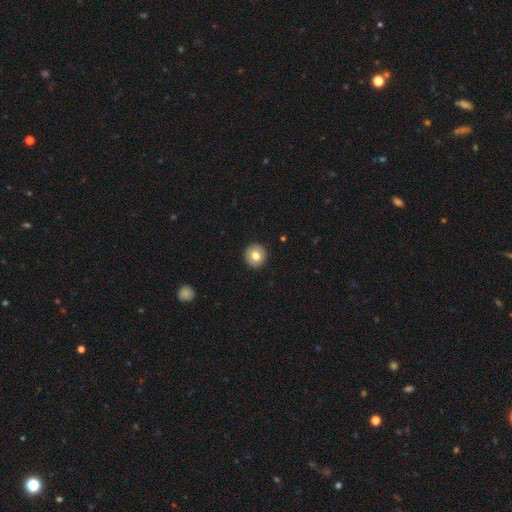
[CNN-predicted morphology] Smooth or featured: smooth — 77% (featured or disk — 14%)
How rounded: round — 95% (in between — 4%)
Merging: none — 92% (minor disturbance — 5%)